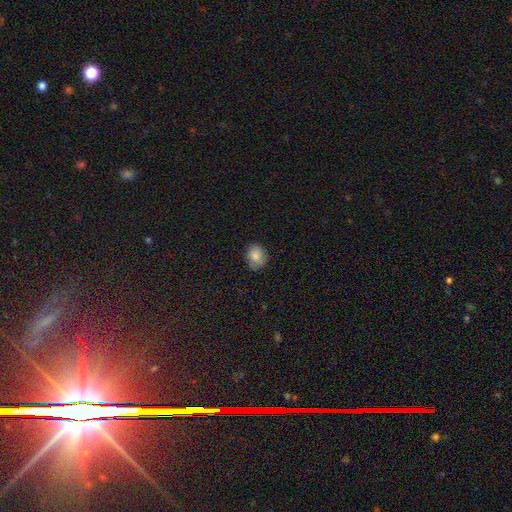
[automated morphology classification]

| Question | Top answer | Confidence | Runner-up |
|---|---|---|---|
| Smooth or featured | smooth | 84% | star or artifact (9%) |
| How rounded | round | 67% | in between (32%) |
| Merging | none | 76% | minor disturbance (19%) |